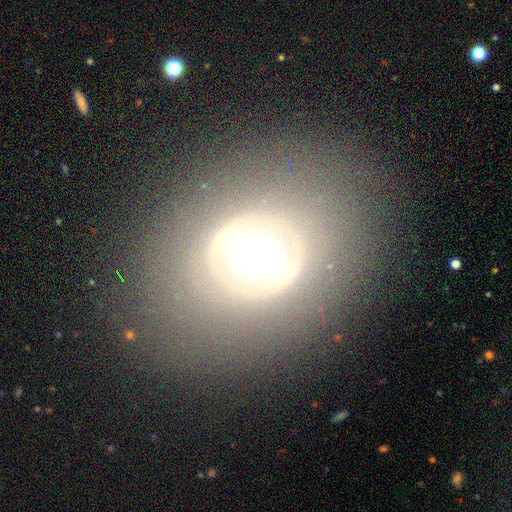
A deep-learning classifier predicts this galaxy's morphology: Smooth or featured? Predicted: featured or disk (p=0.71). Edge-on disk? Predicted: no (p=0.92). Bar? Predicted: no (p=0.39). Spiral arms? Predicted: no (p=0.72). Bulge size? Predicted: moderate (p=0.43). Merging? Predicted: none (p=0.77).